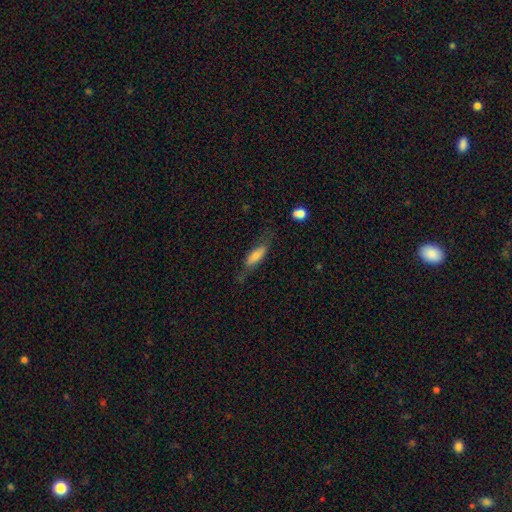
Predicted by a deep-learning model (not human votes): This is likely a smooth galaxy (66%). How rounded: possibly in between (53%). Merging: possibly none (58%).